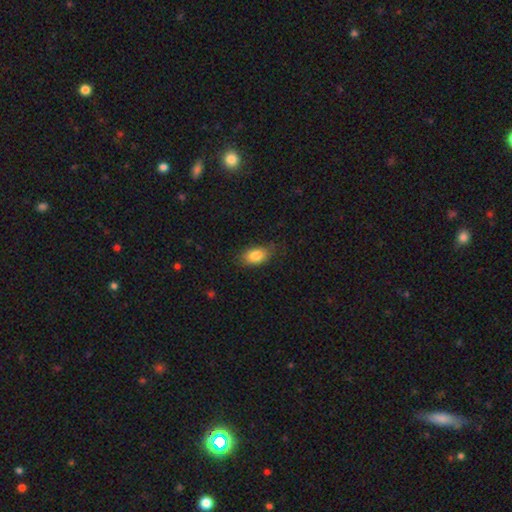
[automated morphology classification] Smooth or featured? smooth (84%)
How rounded? in between (89%)
Merging? none (76%)